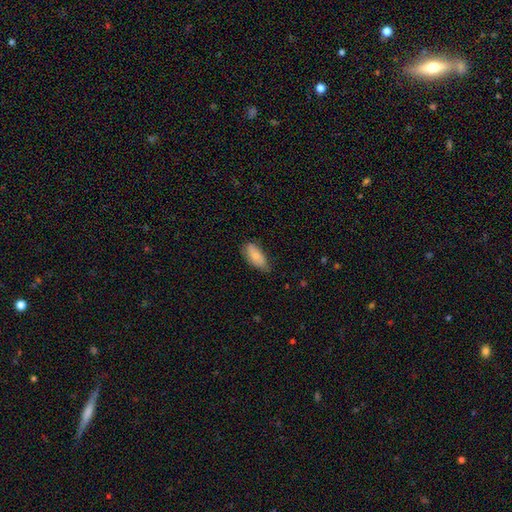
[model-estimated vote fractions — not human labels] A smooth galaxy with no disk features (81%) that is in between round and cigar-shaped (87%). Merging: none (65%).